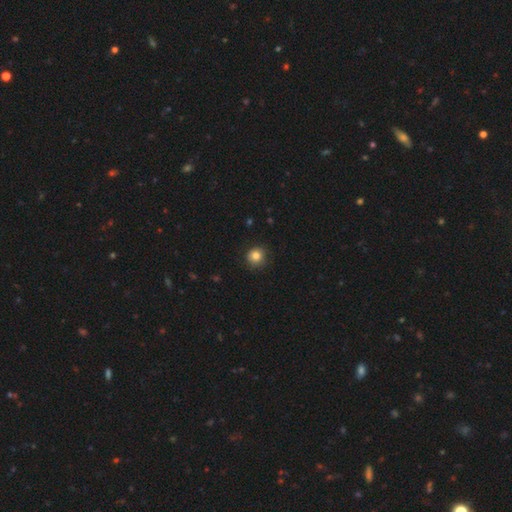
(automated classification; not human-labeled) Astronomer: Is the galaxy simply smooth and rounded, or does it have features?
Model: smooth — 83%.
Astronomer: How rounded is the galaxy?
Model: round — 91%.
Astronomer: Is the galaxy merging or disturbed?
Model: none — 88%.